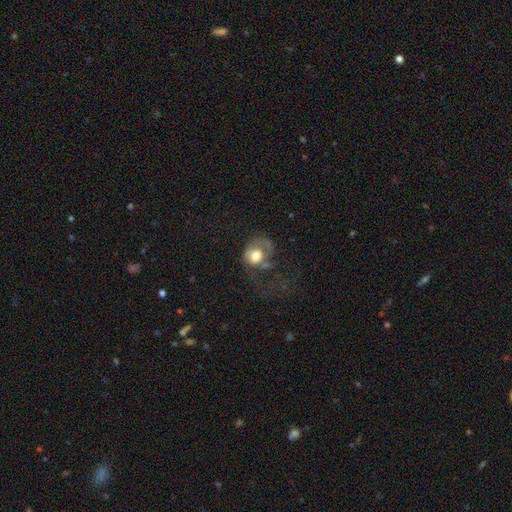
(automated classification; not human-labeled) A smooth galaxy with no disk features (61%) that is round (59%). Merging: major disturbance (49%).